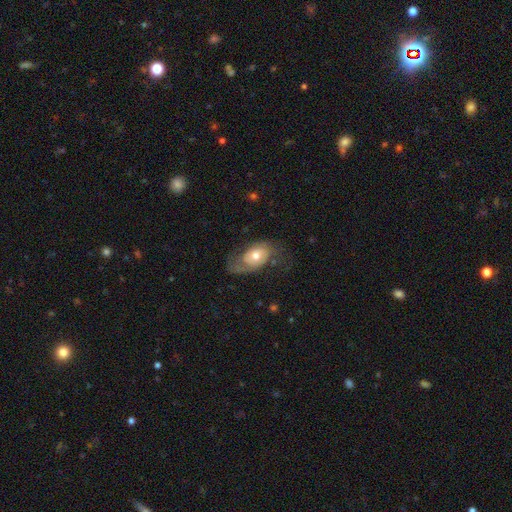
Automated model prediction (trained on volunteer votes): This is possibly a featured or disk galaxy (58%). It is clearly not viewed edge-on (94%). Bar: likely no (76%). Spiral arm pattern: likely yes (77%). Central bulge: likely moderate (67%). Merging: possibly none (47%).